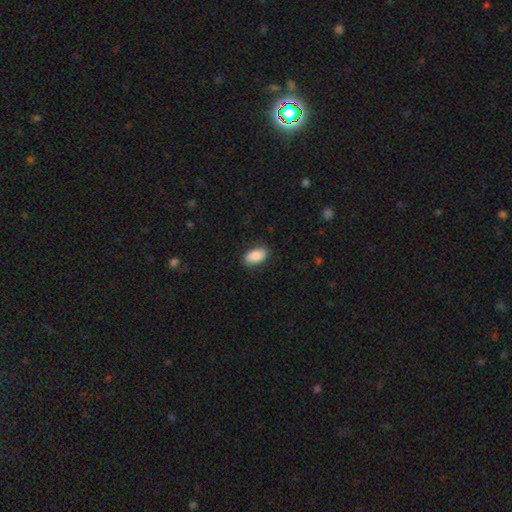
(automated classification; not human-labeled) smooth_or_featured: smooth (p=0.83) [alt: featured or disk p=0.11]
how_rounded: in between (p=0.93) [alt: round p=0.05]
merging: none (p=0.85) [alt: minor disturbance p=0.12]